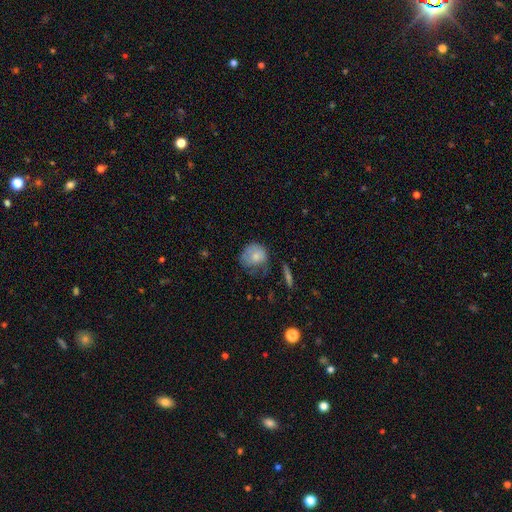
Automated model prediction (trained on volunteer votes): Smooth or featured? smooth (70%)
How rounded? round (75%)
Merging? none (44%)